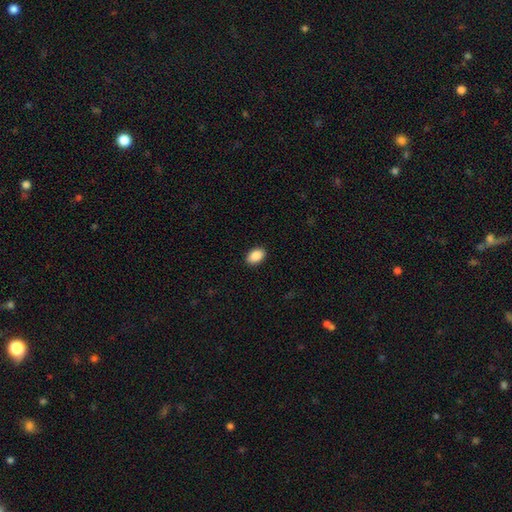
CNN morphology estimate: The model was most divided on "how rounded": in between: 90%, round: 9%, cigar-shaped: 1%. More confident: merging — none (90%); smooth or featured — smooth (89%).